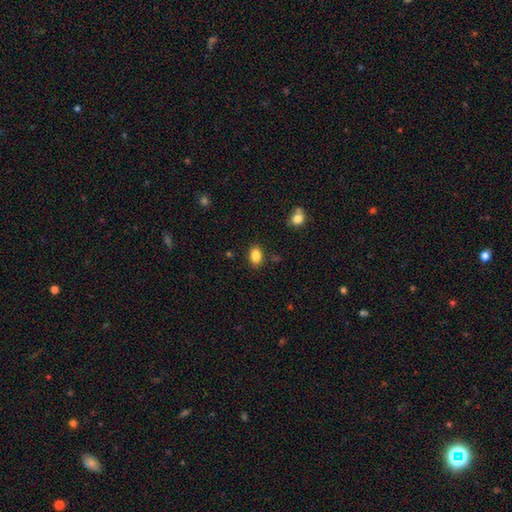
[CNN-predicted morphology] This is clearly a smooth galaxy (85%). How rounded: clearly in between (82%). Merging: clearly none (86%).